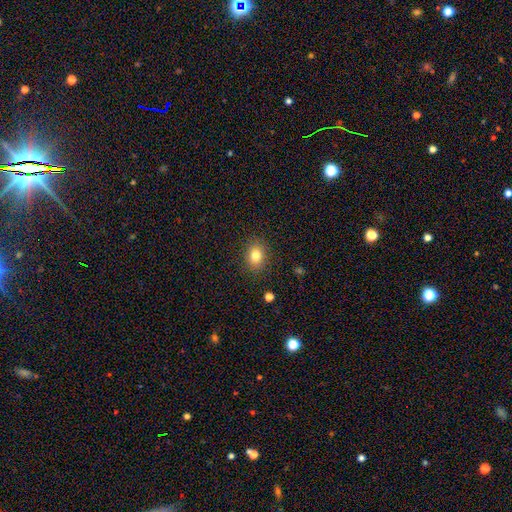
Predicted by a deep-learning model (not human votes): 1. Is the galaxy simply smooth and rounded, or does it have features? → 81% smooth, 11% star or artifact, 8% featured or disk.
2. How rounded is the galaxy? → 55% in between, 44% round, 1% cigar-shaped.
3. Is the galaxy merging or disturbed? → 87% none, 9% minor disturbance, 3% major disturbance, 1% merger.